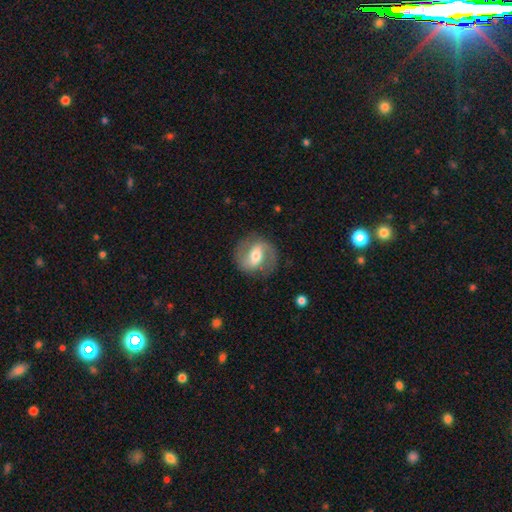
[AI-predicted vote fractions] This appears to be a featured or disk galaxy (76%) with a weak bar (43%), 2 (88%) medium (50%) spiral arms (88%) and a moderate central bulge (66%). Merging: none (81%).